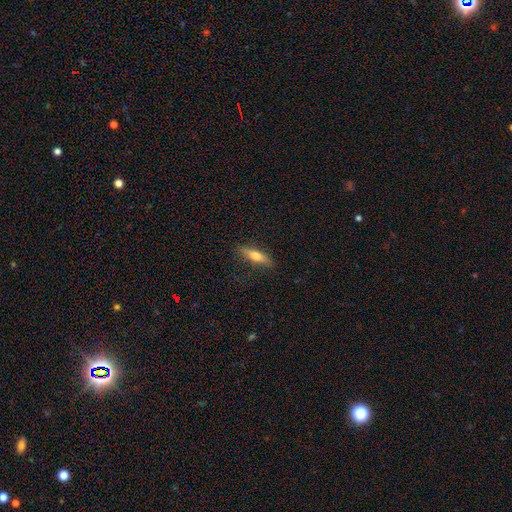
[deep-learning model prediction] The model was most divided on "smooth or featured": smooth: 57%, featured or disk: 36%, star or artifact: 6%. More confident: merging — none (83%); how rounded — cigar-shaped (70%).